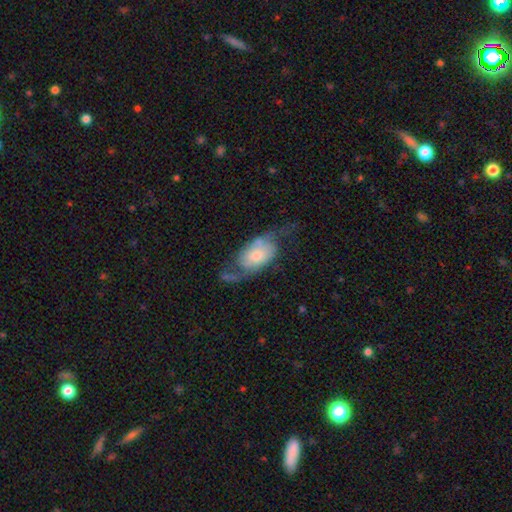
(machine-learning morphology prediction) featured or disk 71%, smooth 23%, star or artifact 7%. Down the decision tree: edge-on disk — no (94%); bar — no (67%); spiral arms — yes (90%); spiral arm count — 2 (88%); spiral winding — loose (63%); bulge size — small (44%); merging — none (52%).